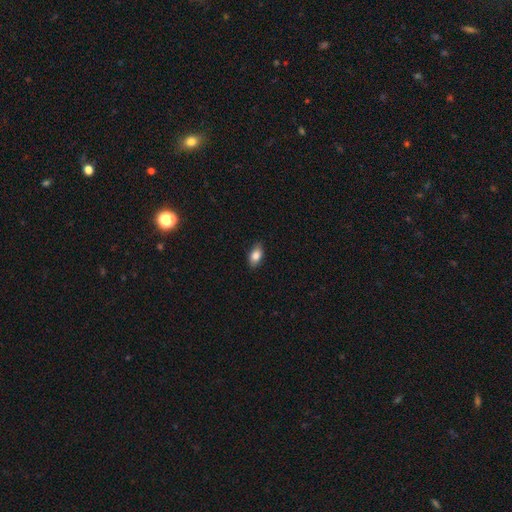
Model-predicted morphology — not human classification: A smooth galaxy with no disk features (84%) that is in between round and cigar-shaped (90%). Merging: none (86%).